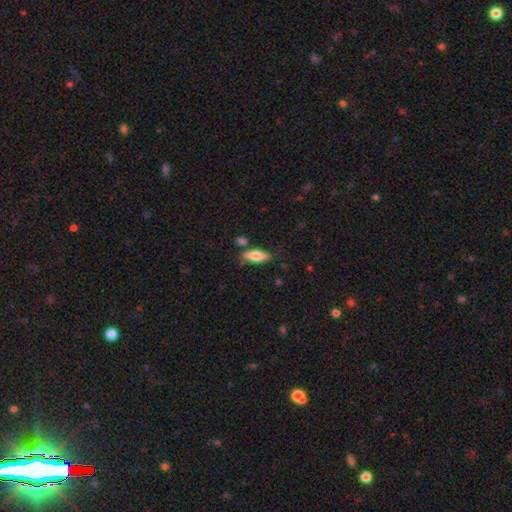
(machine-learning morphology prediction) smooth_or_featured: smooth (p=0.65) [alt: featured or disk p=0.28]
how_rounded: in between (p=0.56) [alt: cigar-shaped p=0.42]
merging: none (p=0.76) [alt: minor disturbance p=0.15]